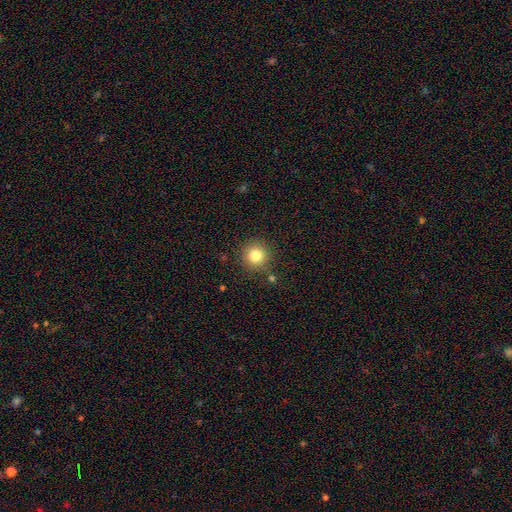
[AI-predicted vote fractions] Q: Smooth or featured?
A: smooth (81%); runner-up: star or artifact (12%)
Q: How rounded?
A: round (95%); runner-up: in between (5%)
Q: Merging?
A: none (86%); runner-up: minor disturbance (8%)